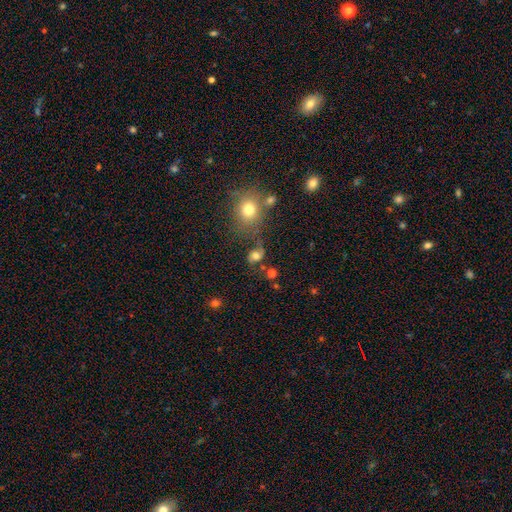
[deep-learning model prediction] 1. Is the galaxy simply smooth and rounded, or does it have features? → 65% smooth, 21% featured or disk, 14% star or artifact.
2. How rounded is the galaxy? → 51% round, 48% in between, 2% cigar-shaped.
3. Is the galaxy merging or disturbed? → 50% none, 21% minor disturbance, 16% major disturbance, 13% merger.